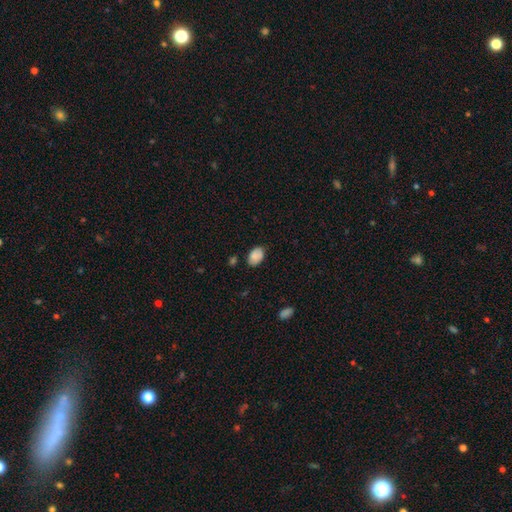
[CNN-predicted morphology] Smooth or featured: smooth — 81% (featured or disk — 11%)
How rounded: in between — 87% (round — 11%)
Merging: none — 76% (minor disturbance — 18%)